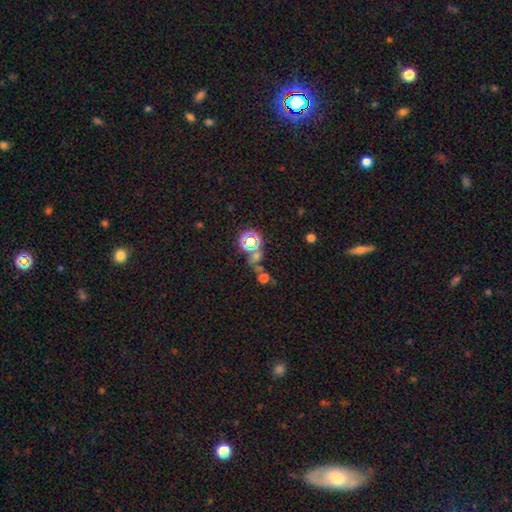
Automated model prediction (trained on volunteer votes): A star or artifact, not a galaxy (64%).

Vote fractions:
- Smooth or featured? star or artifact: 64% / smooth: 25% / featured or disk: 11%